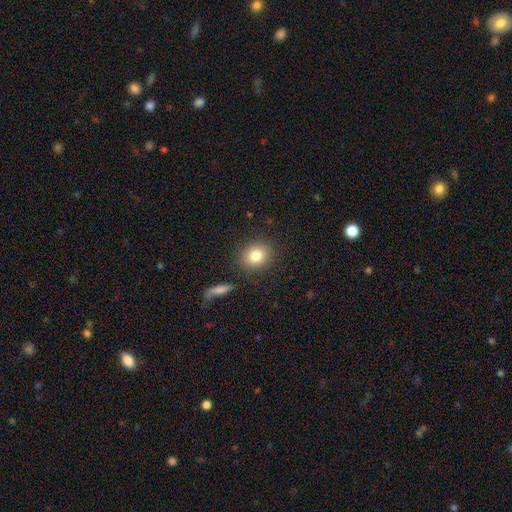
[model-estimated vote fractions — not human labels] A smooth galaxy with no disk features (82%) that is round (71%).

Vote fractions:
- Smooth or featured? smooth: 82% / star or artifact: 10% / featured or disk: 9%
- How rounded? round: 71% / in between: 28% / cigar-shaped: 1%
- Merging? none: 85% / minor disturbance: 9% / merger: 3% / major disturbance: 3%